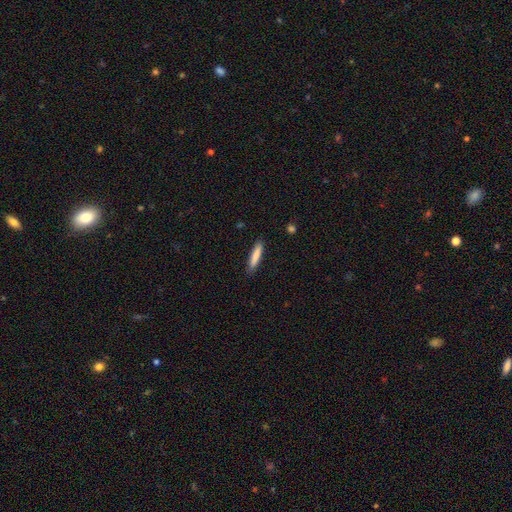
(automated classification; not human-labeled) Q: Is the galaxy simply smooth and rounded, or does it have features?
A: smooth — 82%.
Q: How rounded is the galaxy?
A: cigar-shaped — 87%.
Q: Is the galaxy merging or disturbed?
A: none — 87%.